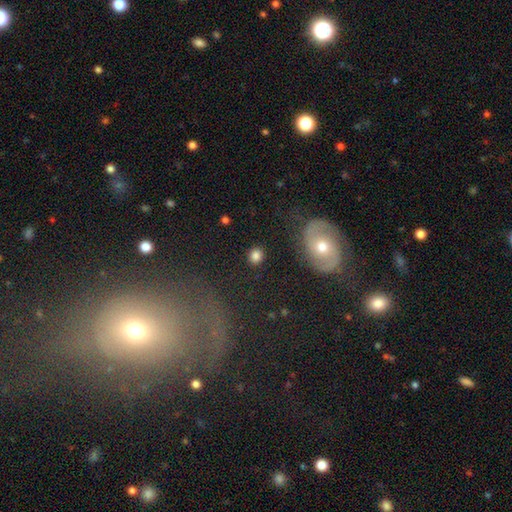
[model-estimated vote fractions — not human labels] The model was most divided on "how rounded": round: 81%, in between: 18%, cigar-shaped: 1%. More confident: merging — none (88%); smooth or featured — smooth (83%).